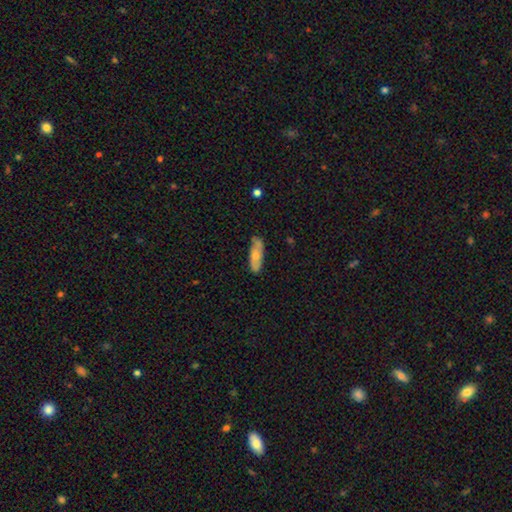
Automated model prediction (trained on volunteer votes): Q: Smooth or featured?
A: smooth (67%); runner-up: featured or disk (27%)
Q: How rounded?
A: in between (60%); runner-up: cigar-shaped (38%)
Q: Merging?
A: none (73%); runner-up: minor disturbance (20%)